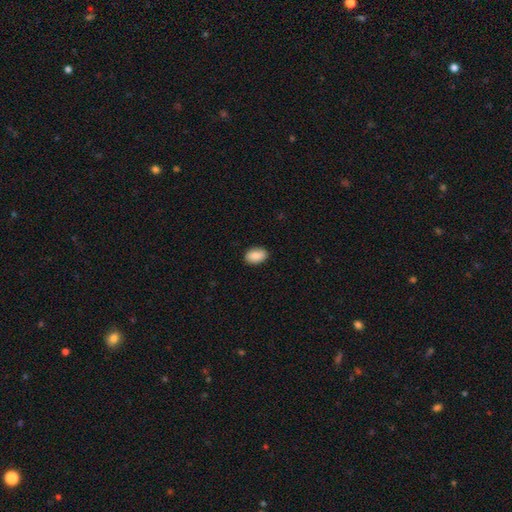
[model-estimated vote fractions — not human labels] Smooth or featured? smooth (88%)
How rounded? in between (89%)
Merging? none (89%)